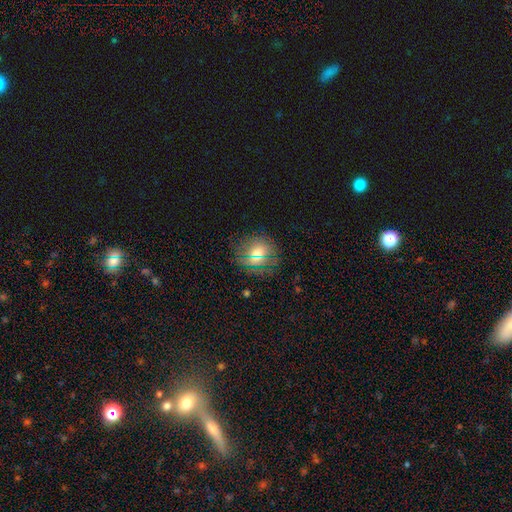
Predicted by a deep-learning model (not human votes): Overall: smooth (66%). How rounded: round (79%). Merging: none (83%).